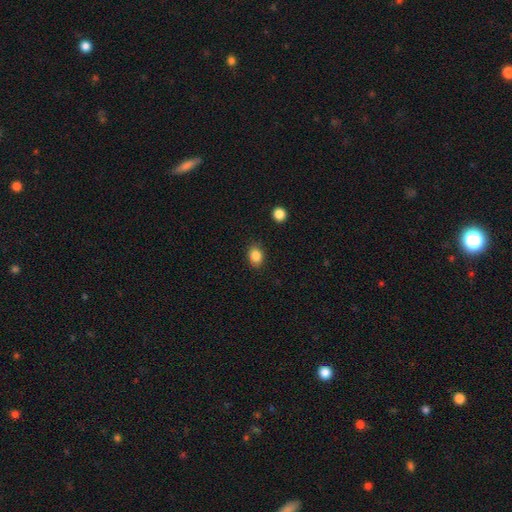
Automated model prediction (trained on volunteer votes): Morphology: type=smooth (86%); roundness=in between (64%); merging=none (85%).